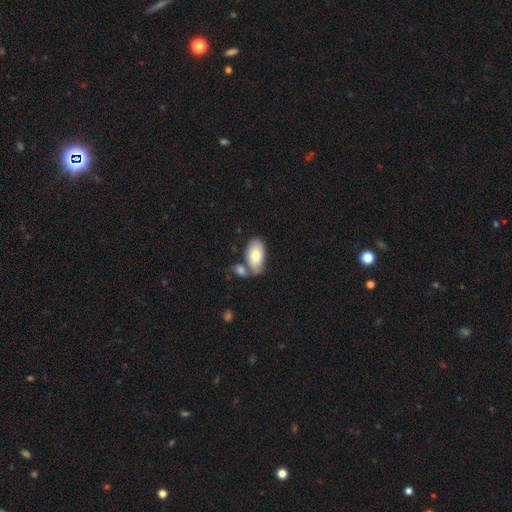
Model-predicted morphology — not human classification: Smooth or featured: smooth — 76% (featured or disk — 19%)
How rounded: in between — 94% (round — 3%)
Merging: none — 53% (merger — 29%)